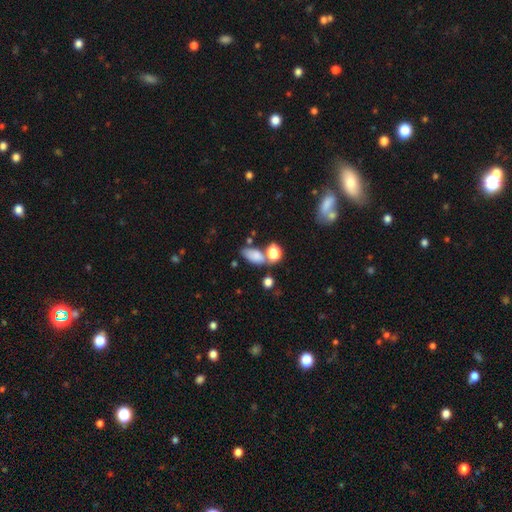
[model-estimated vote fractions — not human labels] This is likely a smooth galaxy (77%). How rounded: clearly in between (85%). Merging: possibly none (50%).